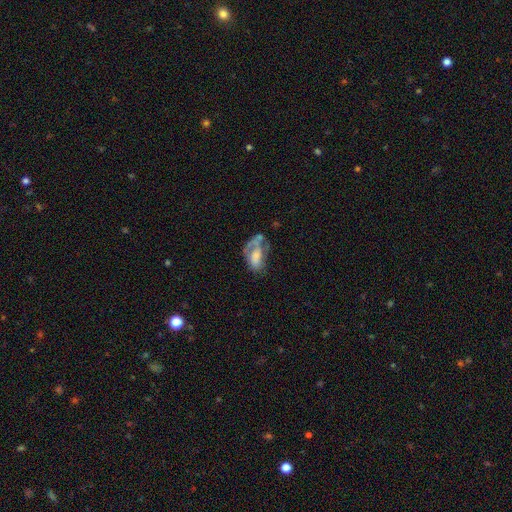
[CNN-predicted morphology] Smooth or featured: featured or disk — 49% (smooth — 43%)
Merging: major disturbance — 35% (none — 29%)